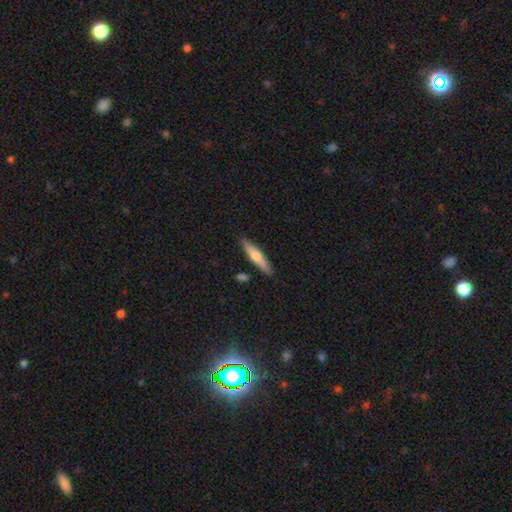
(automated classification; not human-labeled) Smooth or featured? Predicted: smooth (p=0.53). How rounded? Predicted: cigar-shaped (p=0.86). Merging? Predicted: none (p=0.87).